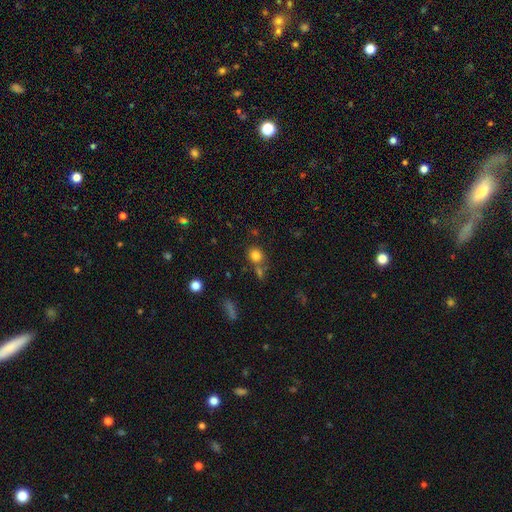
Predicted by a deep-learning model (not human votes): smooth_or_featured: smooth (p=0.80) [alt: star or artifact p=0.12]
how_rounded: round (p=0.80) [alt: in between p=0.19]
merging: none (p=0.67) [alt: merger p=0.17]